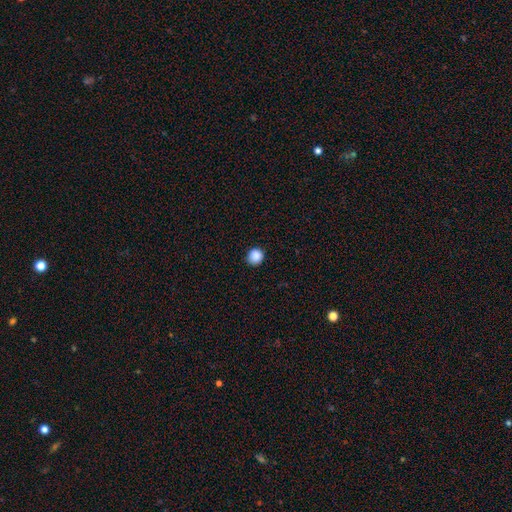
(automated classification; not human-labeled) Smooth or featured? Predicted: smooth (p=0.88). How rounded? Predicted: round (p=0.92). Merging? Predicted: none (p=0.90).